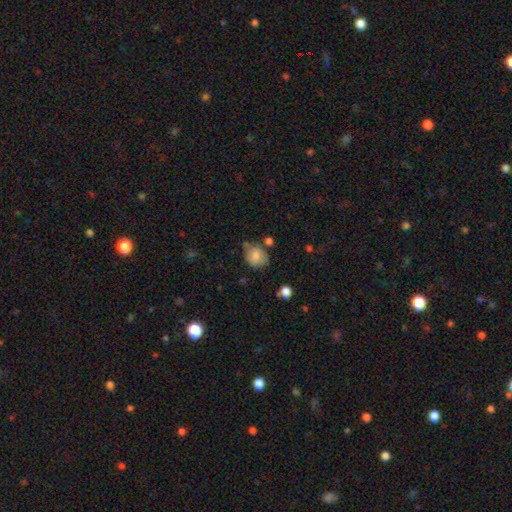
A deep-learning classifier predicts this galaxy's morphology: This appears to be a smooth galaxy with no disk features (75%) that is in between round and cigar-shaped (53%). Merging: none (48%).